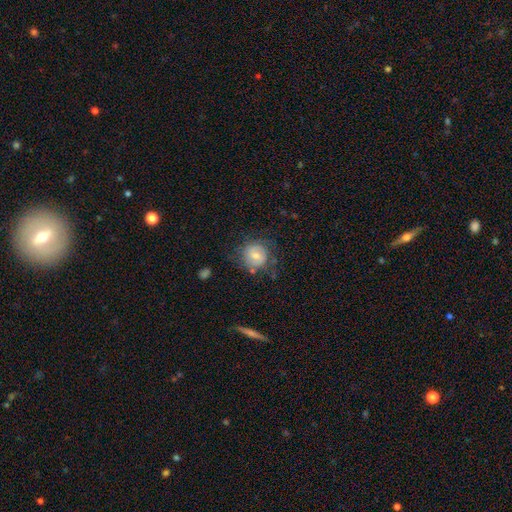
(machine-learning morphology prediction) This is possibly a smooth galaxy (50%). Merging: likely none (62%).